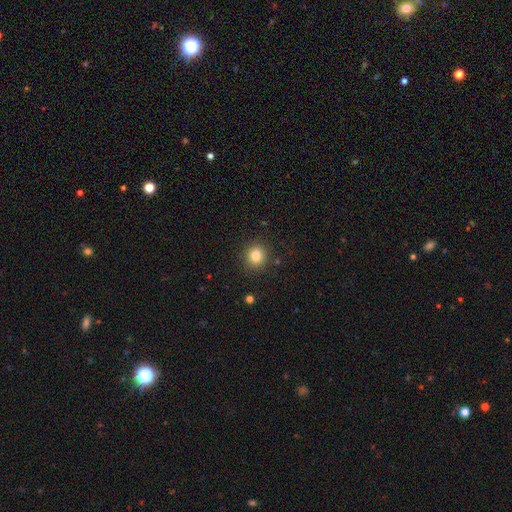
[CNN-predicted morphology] A smooth galaxy with no disk features (81%) that is round (87%).

Vote fractions:
- Smooth or featured? smooth: 81% / star or artifact: 12% / featured or disk: 7%
- How rounded? round: 87% / in between: 12% / cigar-shaped: 1%
- Merging? none: 88% / minor disturbance: 8% / major disturbance: 2% / merger: 1%